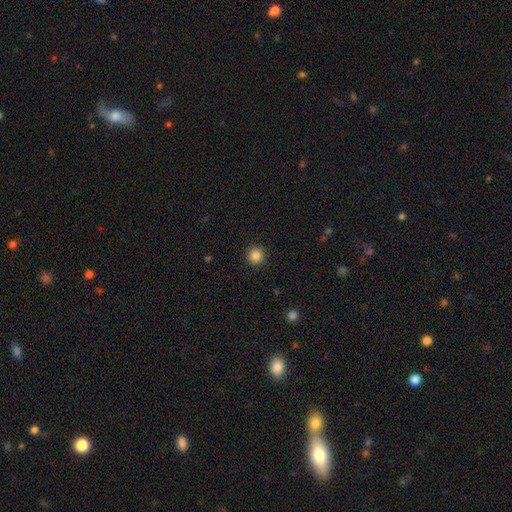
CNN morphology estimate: Smooth or featured? smooth (86%)
How rounded? round (95%)
Merging? none (92%)